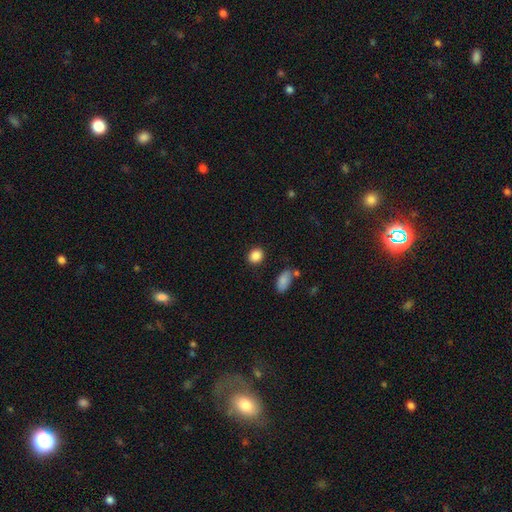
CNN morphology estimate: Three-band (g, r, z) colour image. It shows a smooth galaxy with no disk features (87%) that is round (59%). Merging: none (87%).